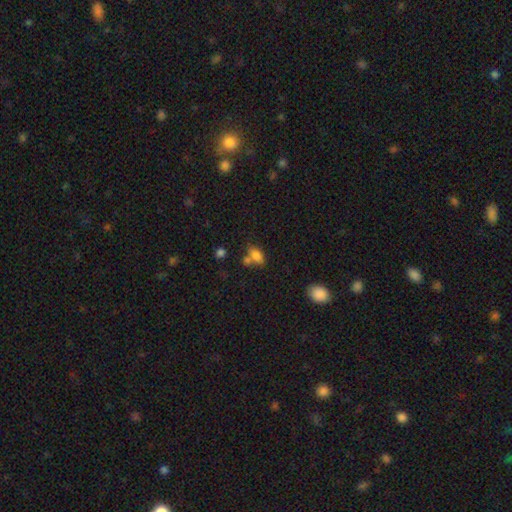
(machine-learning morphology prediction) Q: Smooth or featured?
A: smooth (79%); runner-up: star or artifact (11%)
Q: How rounded?
A: in between (85%); runner-up: round (11%)
Q: Merging?
A: none (46%); runner-up: merger (32%)